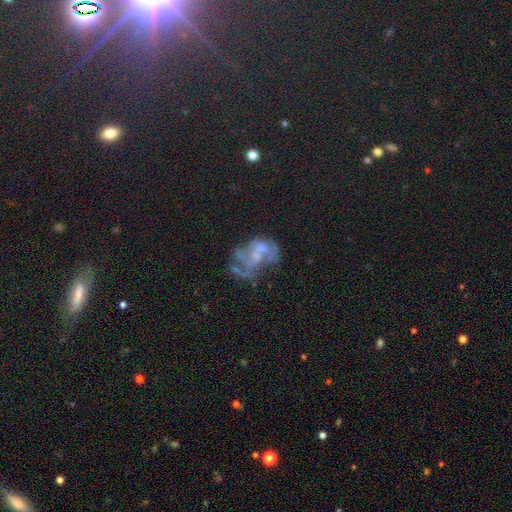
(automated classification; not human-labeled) Smooth or featured? featured or disk (56%)
Edge-on disk? no (97%)
Bar? no (79%)
Spiral arms? no (56%)
Bulge size? none (37%)
Merging? major disturbance (37%)